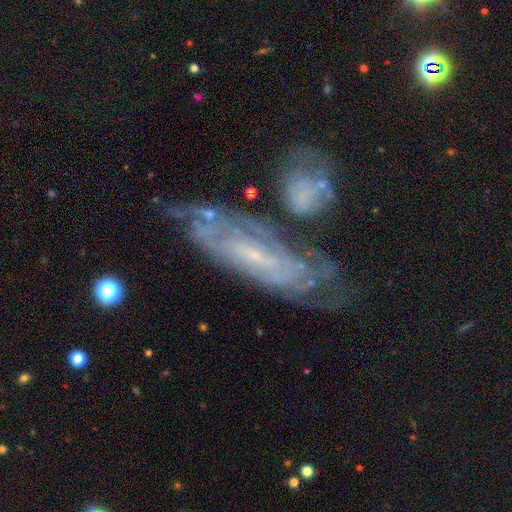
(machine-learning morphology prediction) Smooth or featured: featured or disk — 80% (smooth — 13%)
Edge-on disk: no — 80% (yes — 20%)
Bar: no — 48% (weak — 37%)
Spiral arms: yes — 89% (no — 11%)
Spiral winding: tight — 71% (medium — 23%)
Spiral arm count: can't tell — 60% (2 — 16%)
Bulge size: small — 77% (moderate — 15%)
Merging: none — 62% (minor disturbance — 18%)